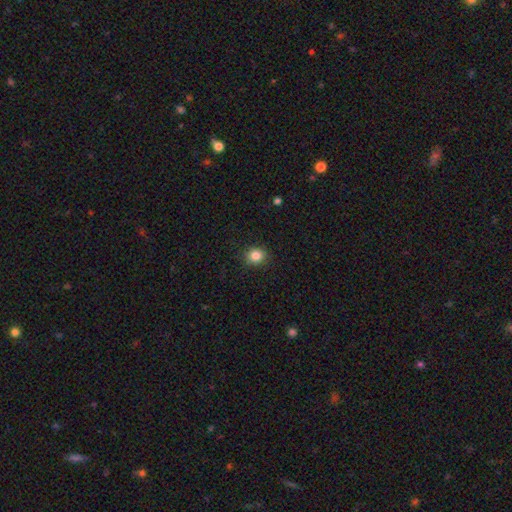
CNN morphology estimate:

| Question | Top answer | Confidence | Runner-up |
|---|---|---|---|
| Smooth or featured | smooth | 84% | star or artifact (11%) |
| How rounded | round | 75% | in between (24%) |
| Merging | none | 89% | minor disturbance (8%) |